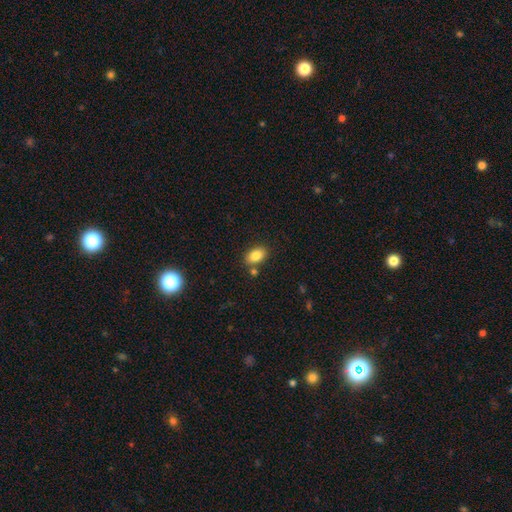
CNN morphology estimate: A smooth galaxy with no disk features (84%) that is in between round and cigar-shaped (86%). Merging: none (77%).